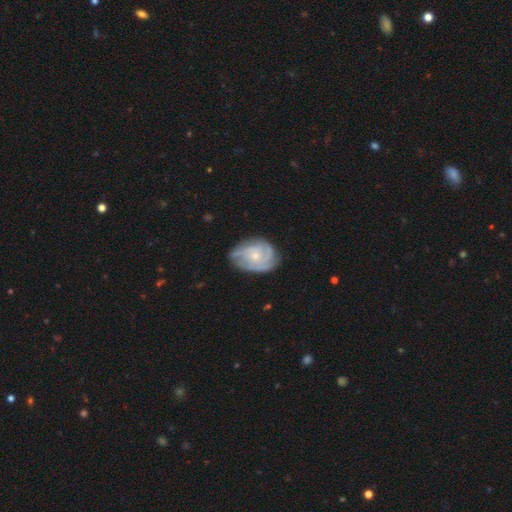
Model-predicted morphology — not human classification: This appears to be a featured or disk galaxy (76%) with no bar (78%), 3 (30%, tied with can't tell) tight (59%) spiral arms (91%) and a small central bulge (63%). Merging: none (66%).